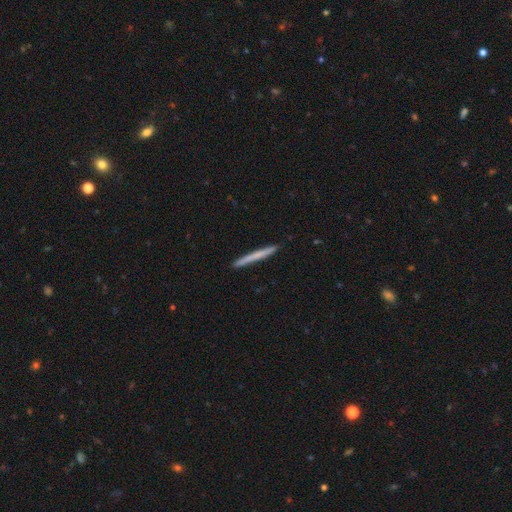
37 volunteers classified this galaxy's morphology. A smooth galaxy with no disk features (59%) that is cigar-shaped (95%). Merging: none (97%).